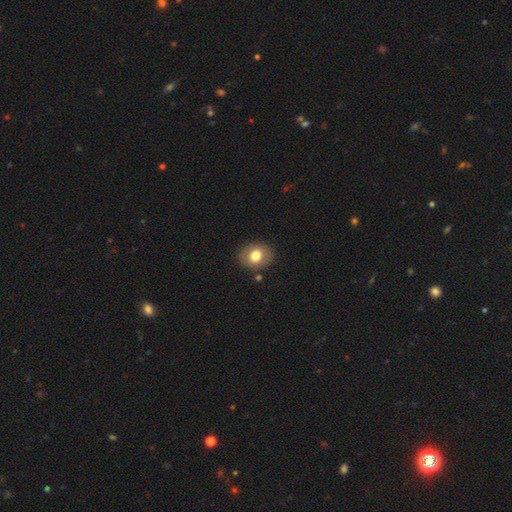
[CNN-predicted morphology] A smooth galaxy with no disk features (74%) that is round (56%). Merging: none (84%).